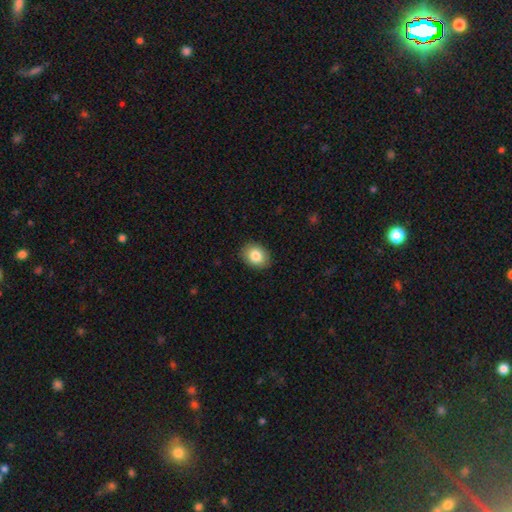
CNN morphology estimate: A smooth galaxy with no disk features (84%) that is in between round and cigar-shaped (59%). Merging: none (89%).